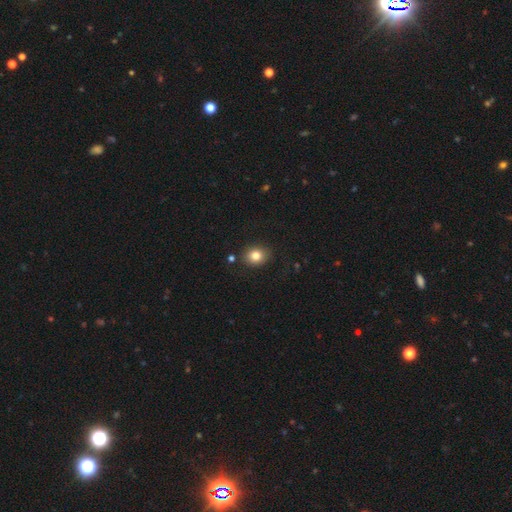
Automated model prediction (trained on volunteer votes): Smooth or featured?
  - smooth: 81% *
  - star or artifact: 11%
  - featured or disk: 8%
How rounded?
  - round: 59% *
  - in between: 40%
  - cigar-shaped: 1%
Merging?
  - none: 86% *
  - minor disturbance: 9%
  - major disturbance: 2%
  - merger: 2%